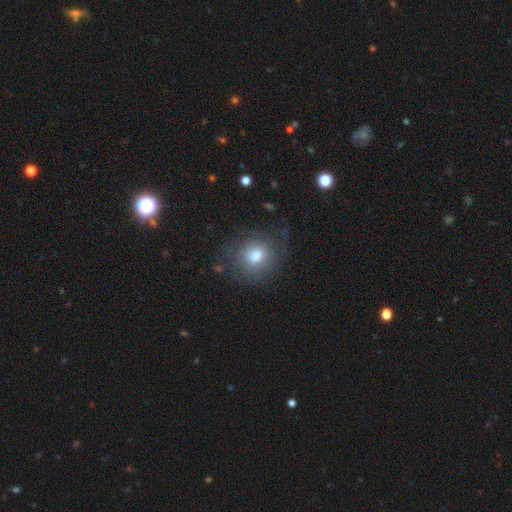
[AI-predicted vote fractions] A smooth galaxy with no disk features (59%) that is round (77%). Merging: none (66%).